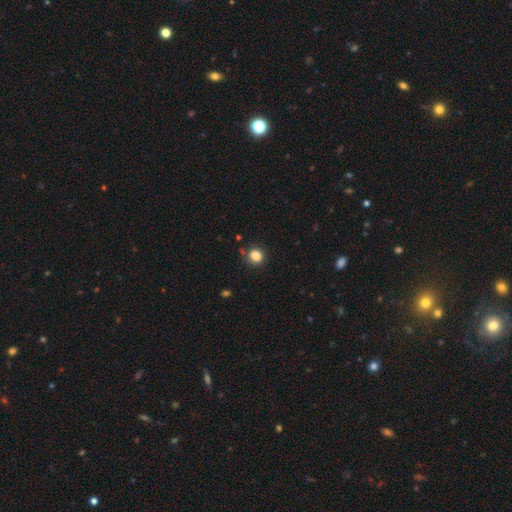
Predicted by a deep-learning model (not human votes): Overall: smooth (83%). How rounded: round (86%). Merging: none (84%).